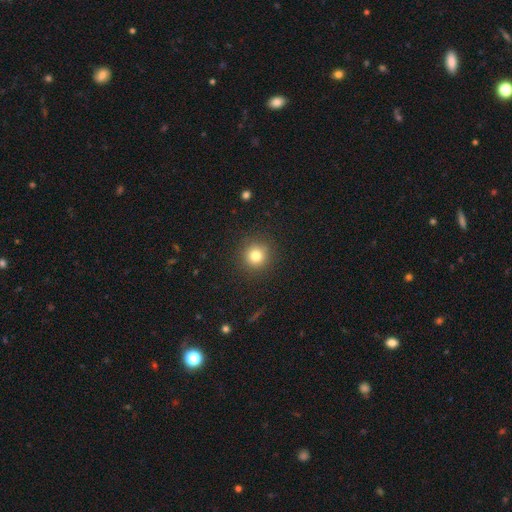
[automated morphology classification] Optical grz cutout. It shows a smooth galaxy with no disk features (81%) that is round (94%). Merging: none (91%).